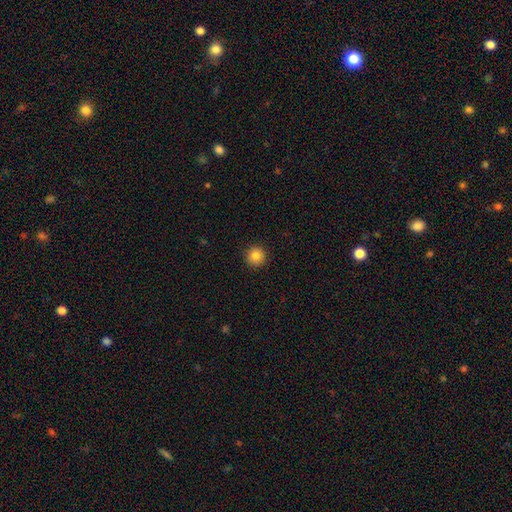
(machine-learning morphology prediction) Smooth or featured: smooth — 85% (star or artifact — 10%)
How rounded: round — 96% (in between — 3%)
Merging: none — 93% (minor disturbance — 5%)